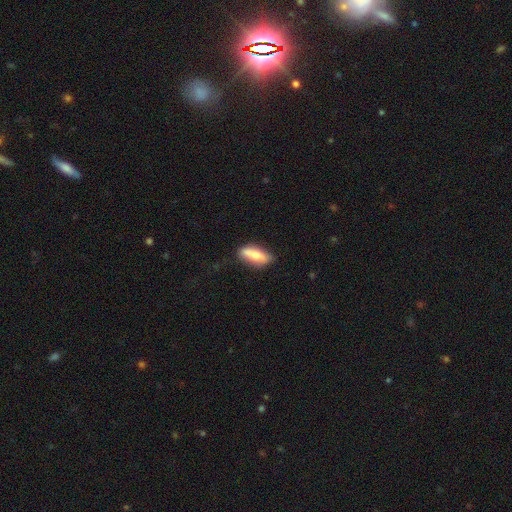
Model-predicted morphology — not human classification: Smooth or featured: smooth — 64% (featured or disk — 30%)
How rounded: in between — 59% (cigar-shaped — 38%)
Merging: none — 78% (minor disturbance — 17%)